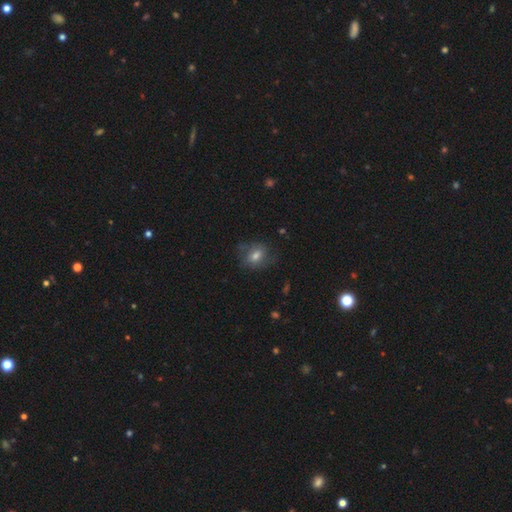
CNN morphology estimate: Smooth or featured? Predicted: smooth (p=0.58). How rounded? Predicted: in between (p=0.55). Merging? Predicted: none (p=0.64).